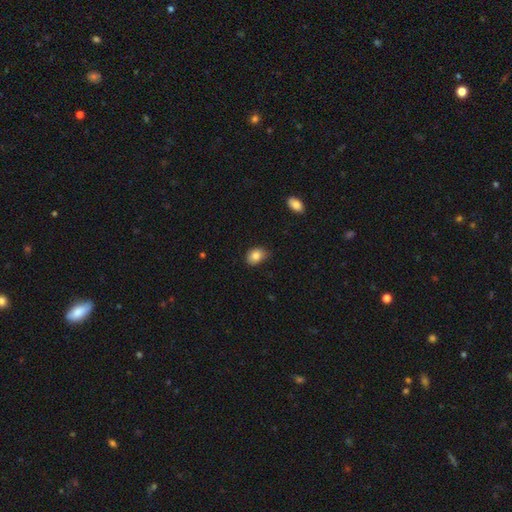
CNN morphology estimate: smooth 84%, star or artifact 9%, featured or disk 7%. Down the decision tree: how rounded — in between (67%); merging — none (61%).